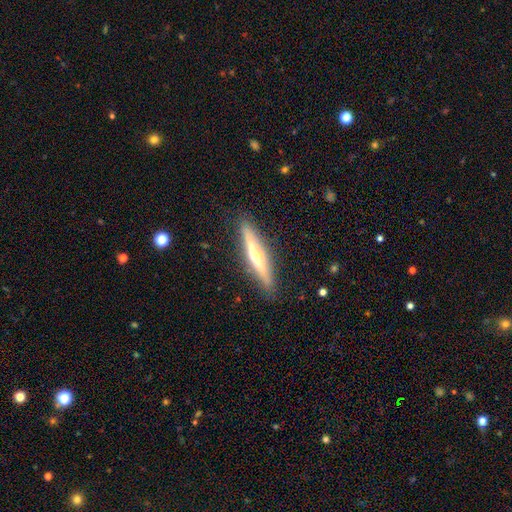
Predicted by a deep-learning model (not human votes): This is likely a featured or disk galaxy (64%). It is clearly viewed edge-on (94%). Edge-on bulge: clearly rounded (83%). Merging: clearly none (89%).